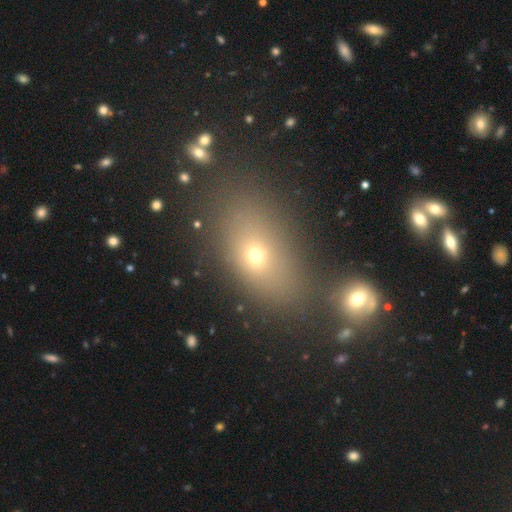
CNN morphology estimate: Overall: smooth (60%; star or artifact 24%). How rounded: in between (72%). Merging: none (73%).